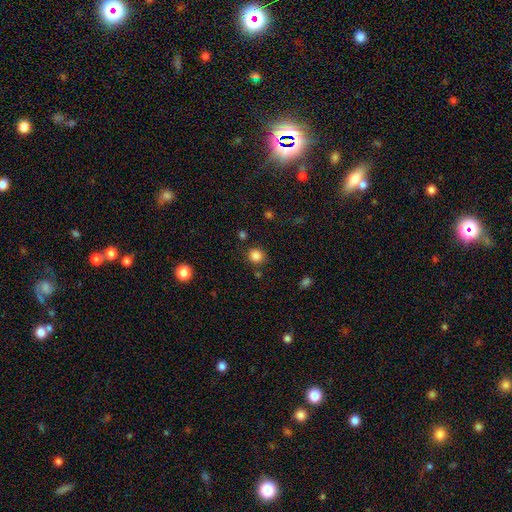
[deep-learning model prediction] smooth-or-featured: smooth: 85% | star or artifact: 12% | featured or disk: 4%
  how-rounded: round: 86% | in between: 13% | cigar-shaped: 1%
  merging: none: 83% | minor disturbance: 9% | merger: 4% | major disturbance: 3%